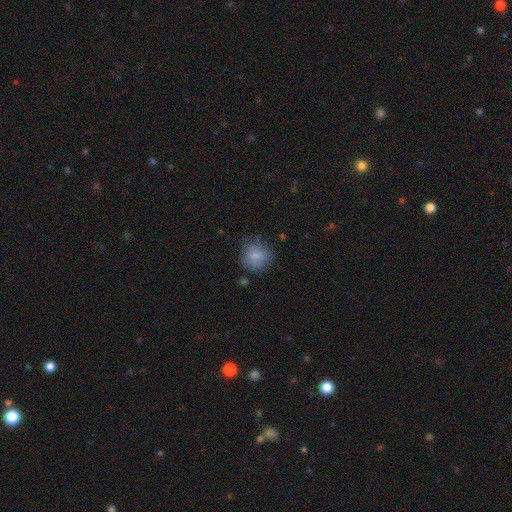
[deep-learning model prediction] Smooth or featured: smooth — 79% (featured or disk — 12%)
How rounded: round — 82% (in between — 17%)
Merging: none — 68% (minor disturbance — 22%)